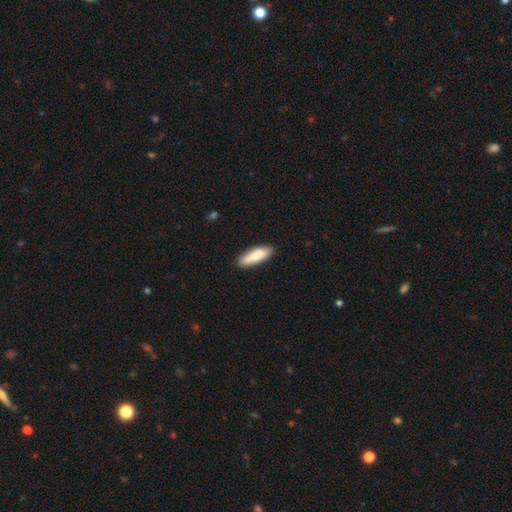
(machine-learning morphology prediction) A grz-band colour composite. It shows a smooth galaxy with no disk features (78%) that is cigar-shaped (50%). Merging: none (84%).